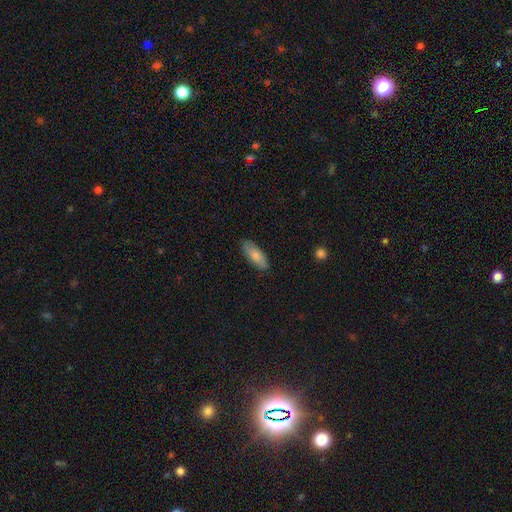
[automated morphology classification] Smooth or featured? Predicted: smooth (p=0.78). How rounded? Predicted: in between (p=0.78). Merging? Predicted: none (p=0.85).